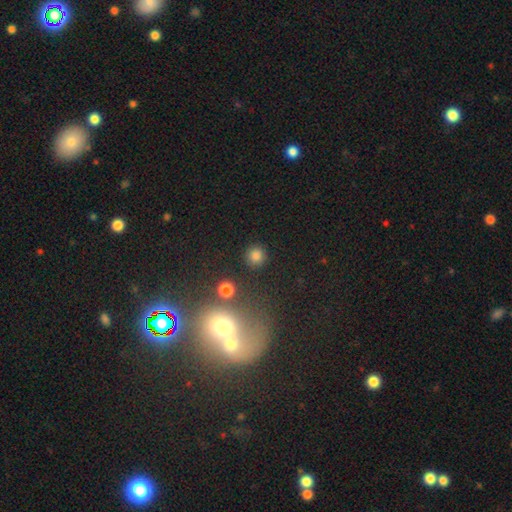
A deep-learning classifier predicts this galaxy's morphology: Q: Smooth or featured?
A: smooth (79%); runner-up: star or artifact (16%)
Q: How rounded?
A: round (93%); runner-up: in between (6%)
Q: Merging?
A: none (89%); runner-up: minor disturbance (6%)